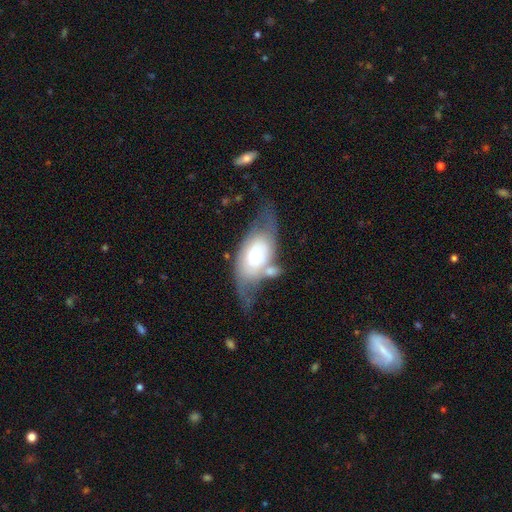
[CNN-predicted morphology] smooth-or-featured: featured or disk: 53% | smooth: 40% | star or artifact: 7%
  disk-edge-on: no: 81% | yes: 19%
  merging: none: 37% | minor disturbance: 27% | major disturbance: 23% | merger: 13%